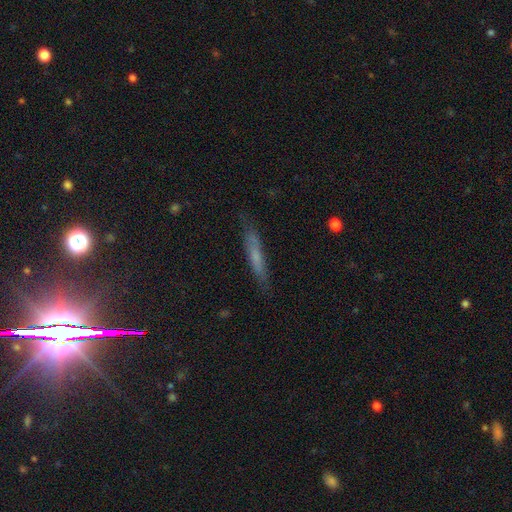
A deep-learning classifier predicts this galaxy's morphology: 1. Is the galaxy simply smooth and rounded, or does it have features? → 53% smooth, 36% featured or disk, 11% star or artifact.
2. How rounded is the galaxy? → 90% cigar-shaped, 8% in between, 2% round.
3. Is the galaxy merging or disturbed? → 81% none, 15% minor disturbance, 3% major disturbance, 2% merger.